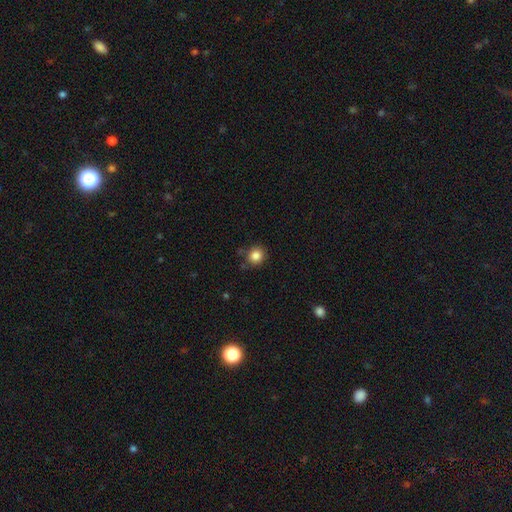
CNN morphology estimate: Q: Smooth or featured?
A: smooth (85%); runner-up: star or artifact (10%)
Q: How rounded?
A: round (87%); runner-up: in between (12%)
Q: Merging?
A: none (82%); runner-up: minor disturbance (12%)